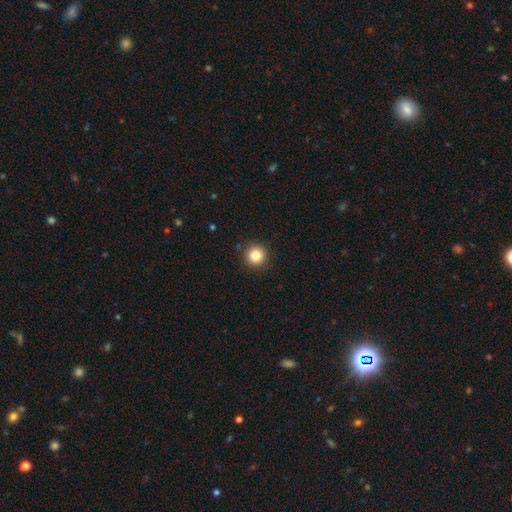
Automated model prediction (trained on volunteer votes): Smooth or featured: smooth — 84% (star or artifact — 11%)
How rounded: round — 95% (in between — 4%)
Merging: none — 91% (minor disturbance — 6%)